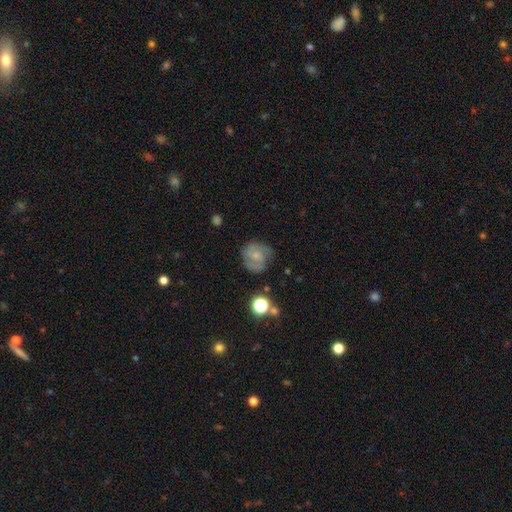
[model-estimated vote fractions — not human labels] smooth-or-featured: featured or disk: 46% | smooth: 44% | star or artifact: 10%
  merging: none: 63% | minor disturbance: 23% | major disturbance: 11% | merger: 3%